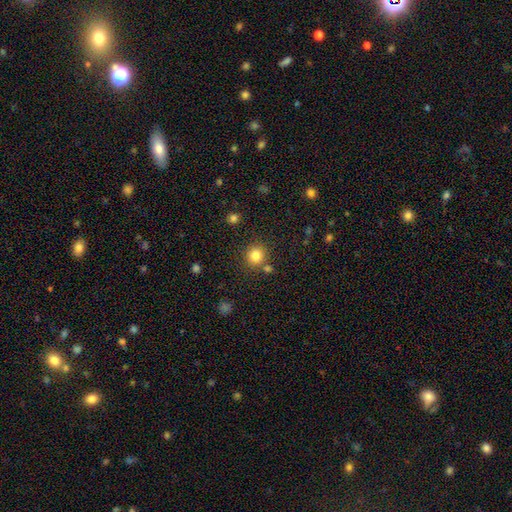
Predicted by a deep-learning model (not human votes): Morphology: type=smooth (83%); roundness=round (91%); merging=none (81%).